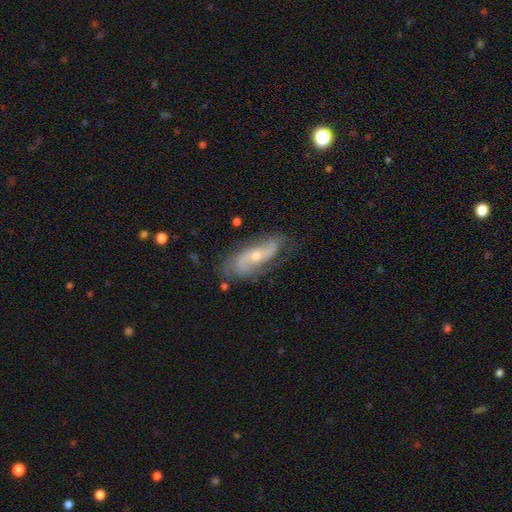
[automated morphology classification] Smooth or featured? Predicted: featured or disk (p=0.81). Edge-on disk? Predicted: no (p=0.90). Bar? Predicted: no (p=0.54). Spiral arms? Predicted: yes (p=0.93). Spiral winding? Predicted: loose (p=0.49). Spiral arm count? Predicted: 2 (p=0.87). Bulge size? Predicted: small (p=0.52). Merging? Predicted: none (p=0.73).